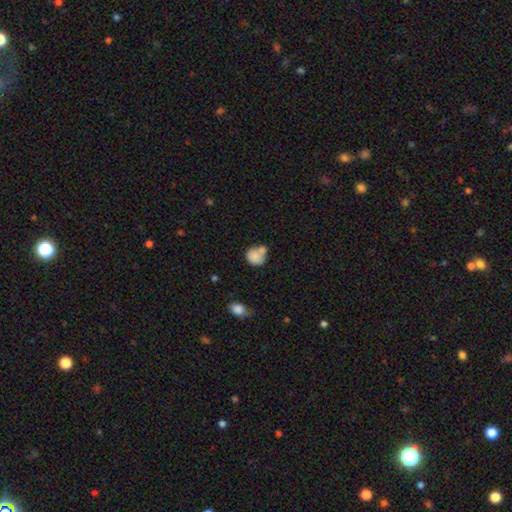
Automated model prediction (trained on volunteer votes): The model was most divided on "merging" (2-way tie): none: 39%, merger: 39%, minor disturbance: 16%, major disturbance: 7%. More confident: smooth or featured — smooth (81%); how rounded — round (71%).